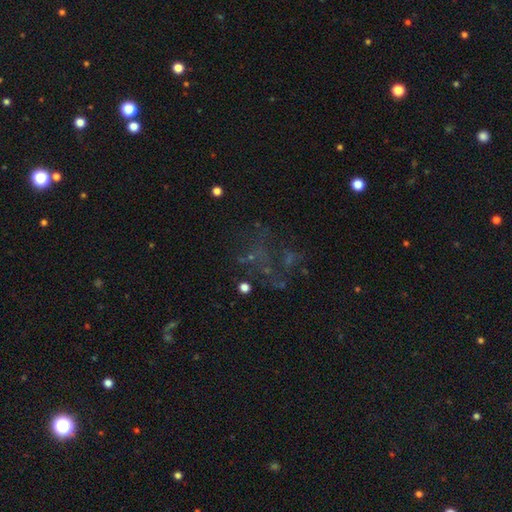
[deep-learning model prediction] Morphology: type=star or artifact (42%).